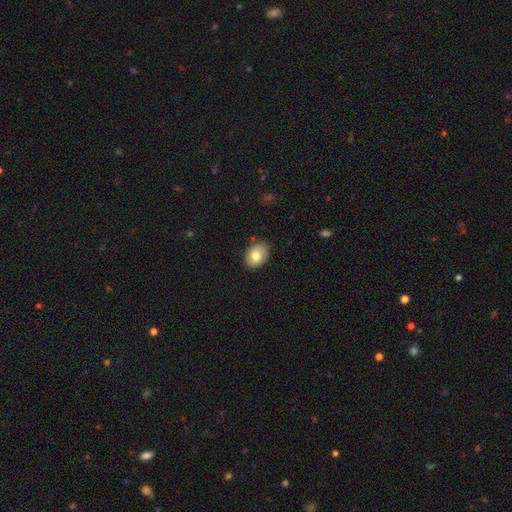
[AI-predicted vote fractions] A smooth galaxy with no disk features (80%) that is in between round and cigar-shaped (74%).

Vote fractions:
- Smooth or featured? smooth: 80% / featured or disk: 12% / star or artifact: 8%
- How rounded? in between: 74% / round: 25% / cigar-shaped: 1%
- Merging? none: 83% / minor disturbance: 14% / major disturbance: 2% / merger: 2%